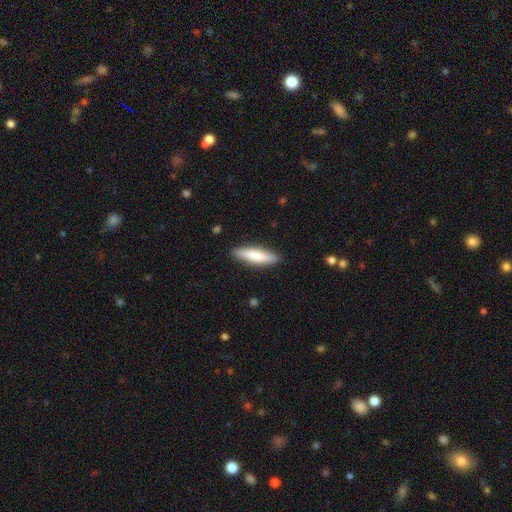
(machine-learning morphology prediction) This appears to be a smooth galaxy with no disk features (74%) that is cigar-shaped (73%). Merging: none (88%).